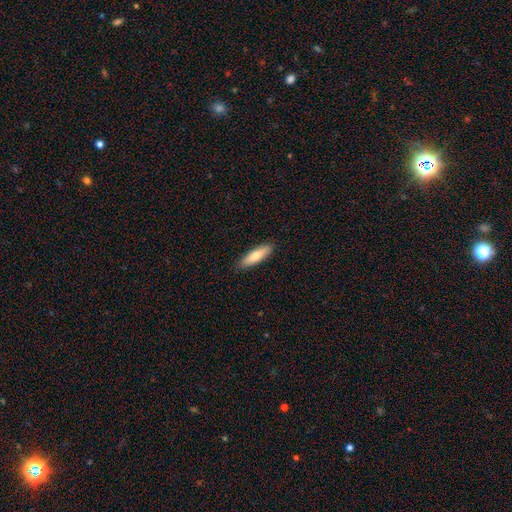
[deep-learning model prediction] smooth_or_featured: smooth (p=0.76) [alt: featured or disk p=0.18]
how_rounded: cigar-shaped (p=0.61) [alt: in between p=0.37]
merging: none (p=0.88) [alt: minor disturbance p=0.09]